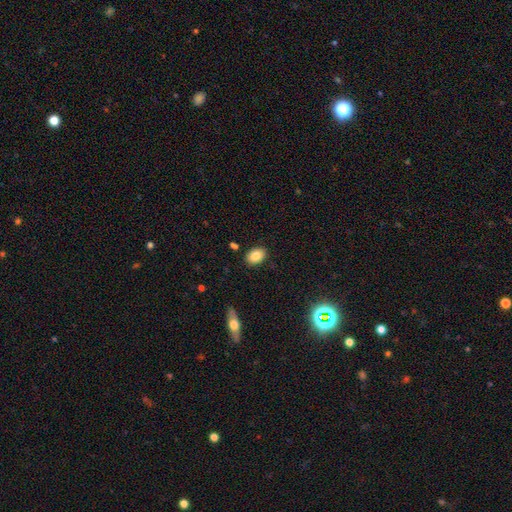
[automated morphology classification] Overall: smooth (85%). How rounded: in between (84%). Merging: none (86%).